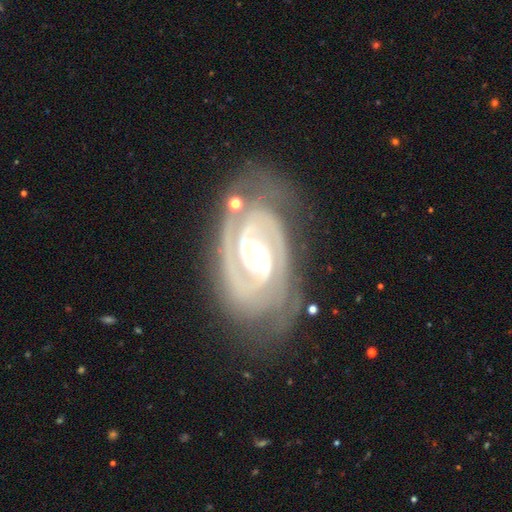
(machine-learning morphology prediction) Smooth or featured? featured or disk (92%)
Edge-on disk? no (96%)
Bar? no (37%, tied with weak)
Spiral arms? yes (98%)
Spiral winding? tight (71%)
Spiral arm count? 2 (78%)
Bulge size? moderate (66%)
Merging? none (73%)